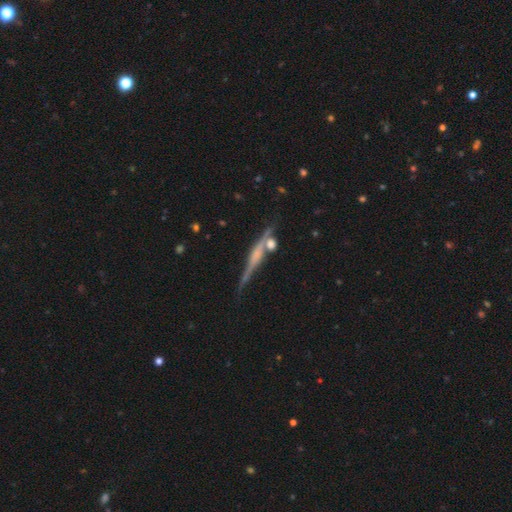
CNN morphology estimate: A featured or disk galaxy (73%) viewed edge-on (95%) with a rounded central bulge (49%). Merging: none (69%).